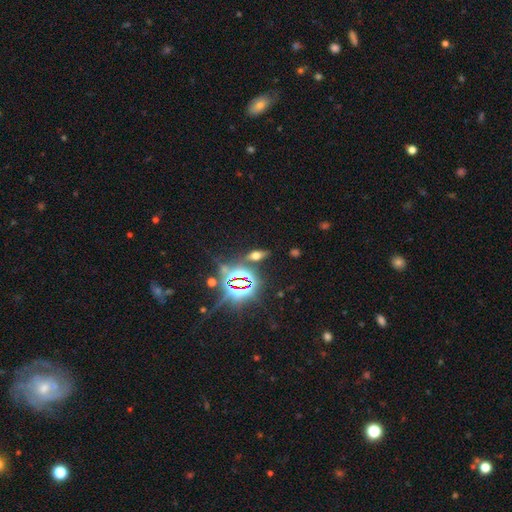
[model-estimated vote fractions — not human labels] Morphology: type=star or artifact (42%).